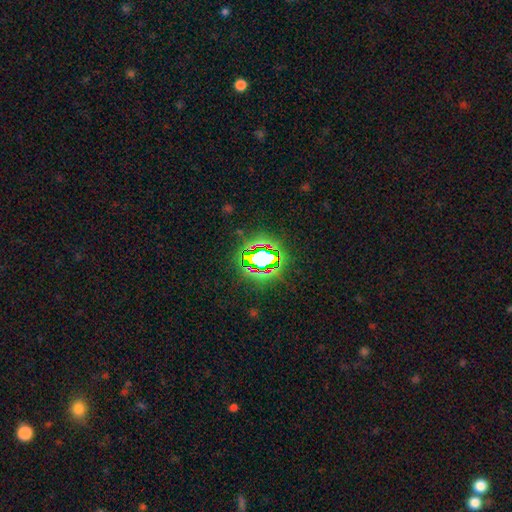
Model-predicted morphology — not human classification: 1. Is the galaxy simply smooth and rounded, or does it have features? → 80% star or artifact, 12% smooth, 8% featured or disk.